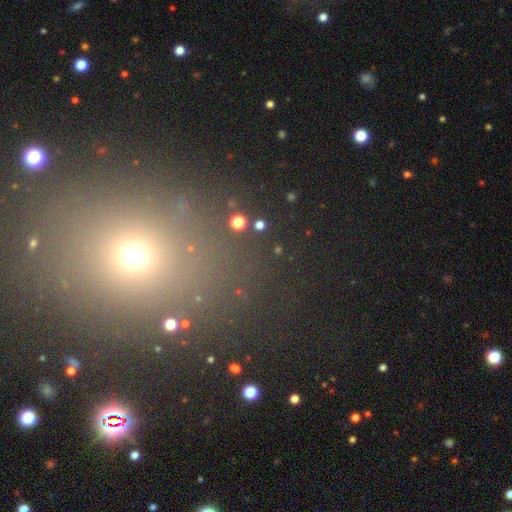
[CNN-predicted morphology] Smooth or featured: smooth — 48% (star or artifact — 44%)
Merging: none — 85% (minor disturbance — 7%)